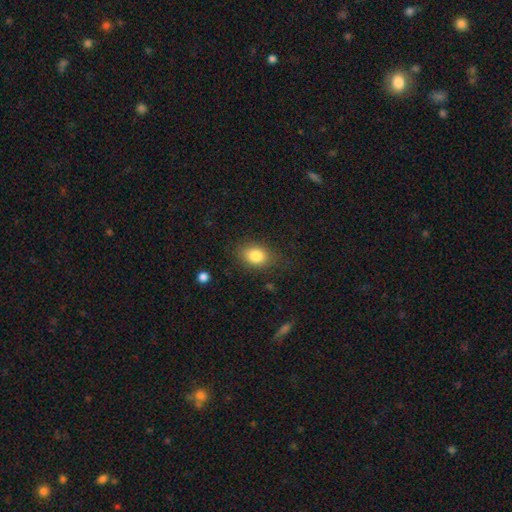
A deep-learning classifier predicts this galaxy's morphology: smooth-or-featured: smooth: 83% | star or artifact: 9% | featured or disk: 8%
  how-rounded: in between: 70% | round: 29% | cigar-shaped: 1%
  merging: none: 79% | minor disturbance: 14% | major disturbance: 5% | merger: 1%